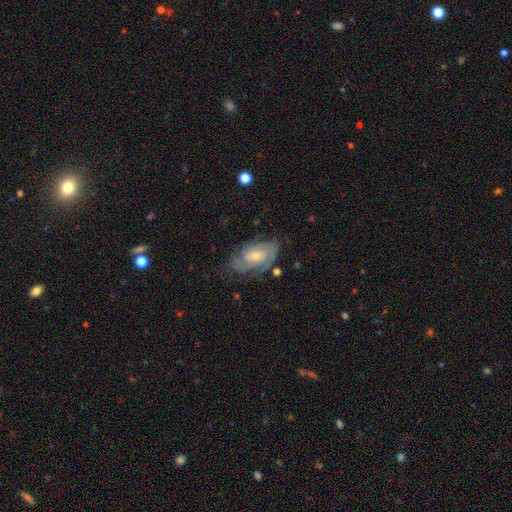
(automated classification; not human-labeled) smooth_or_featured: featured or disk (p=0.73) [alt: smooth p=0.21]
disk_edge_on: no (p=0.95) [alt: yes p=0.05]
bar: no (p=0.68) [alt: weak p=0.27]
has_spiral_arms: yes (p=0.88) [alt: no p=0.12]
spiral_winding: tight (p=0.57) [alt: medium p=0.33]
spiral_arm_count: can't tell (p=0.39) [alt: 2 p=0.34]
bulge_size: small (p=0.55) [alt: moderate p=0.40]
merging: none (p=0.57) [alt: minor disturbance p=0.26]